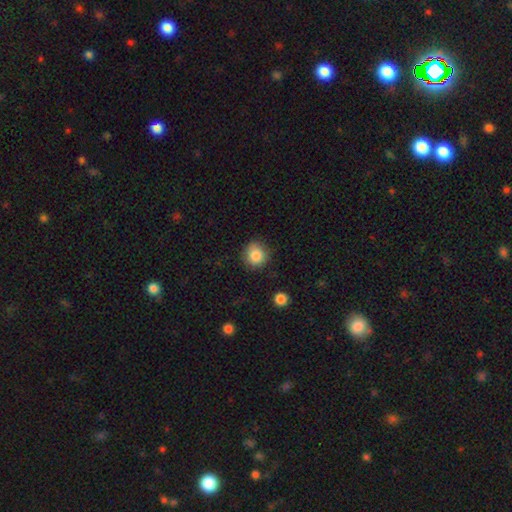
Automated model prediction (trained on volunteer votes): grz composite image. It shows a smooth galaxy with no disk features (85%) that is round (89%). Merging: none (84%).